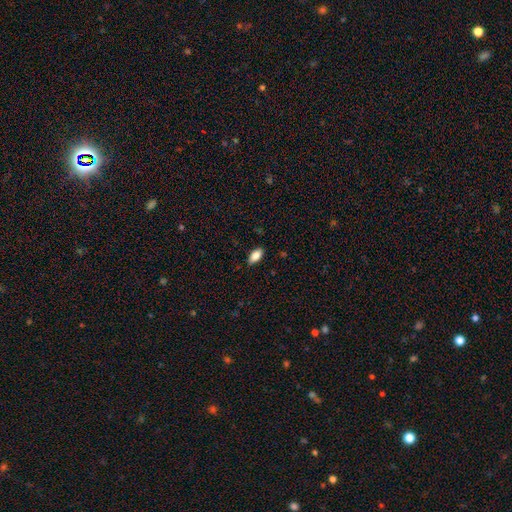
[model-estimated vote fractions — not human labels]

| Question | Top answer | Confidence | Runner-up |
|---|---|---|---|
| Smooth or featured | smooth | 86% | star or artifact (7%) |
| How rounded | in between | 90% | cigar-shaped (7%) |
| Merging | none | 85% | minor disturbance (12%) |